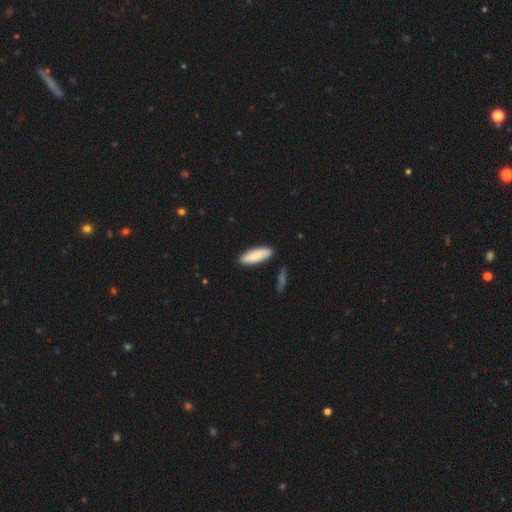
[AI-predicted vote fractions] Overall: smooth (86%). How rounded: in between (58%; cigar-shaped 40%). Merging: none (86%).